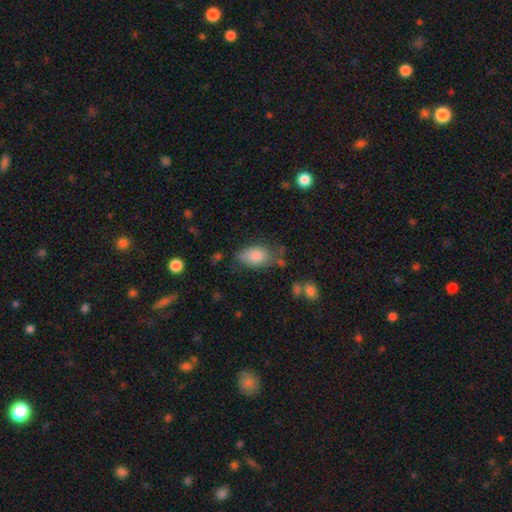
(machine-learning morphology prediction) Smooth or featured?
  - smooth: 81% *
  - featured or disk: 11%
  - star or artifact: 8%
How rounded?
  - in between: 90% *
  - round: 7%
  - cigar-shaped: 3%
Merging?
  - none: 61% *
  - minor disturbance: 26%
  - major disturbance: 8%
  - merger: 5%